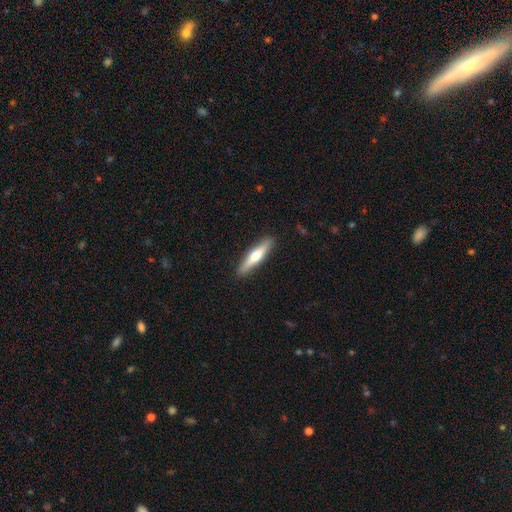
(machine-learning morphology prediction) Overall: smooth (49%; featured or disk 46%). Merging: none (90%).